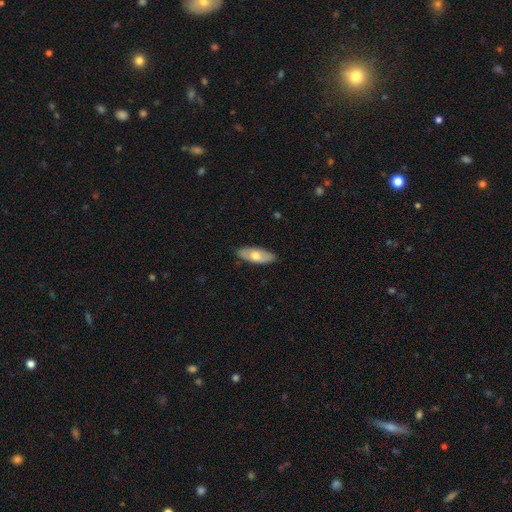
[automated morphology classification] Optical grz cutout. It shows a smooth galaxy with no disk features (61%) that is in between round and cigar-shaped (78%). Merging: none (87%).